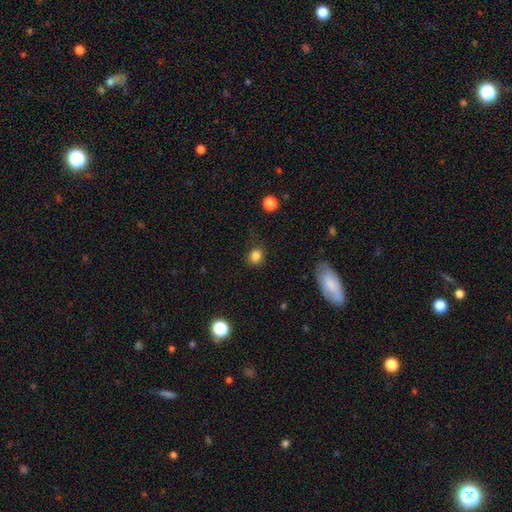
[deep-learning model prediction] Morphology: type=smooth (83%); roundness=round (77%); merging=none (78%).